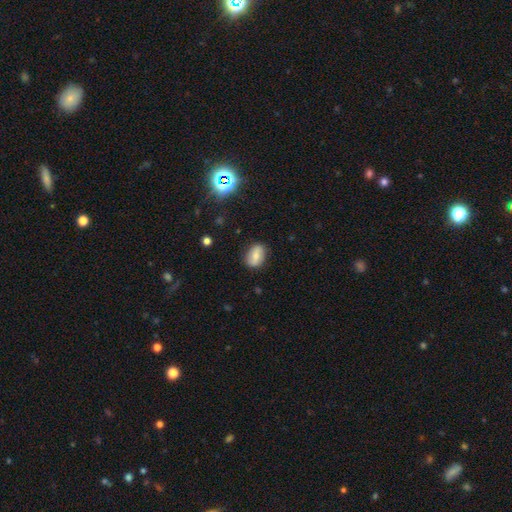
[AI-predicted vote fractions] Morphology: type=smooth (59%); roundness=in between (80%); merging=none (82%).